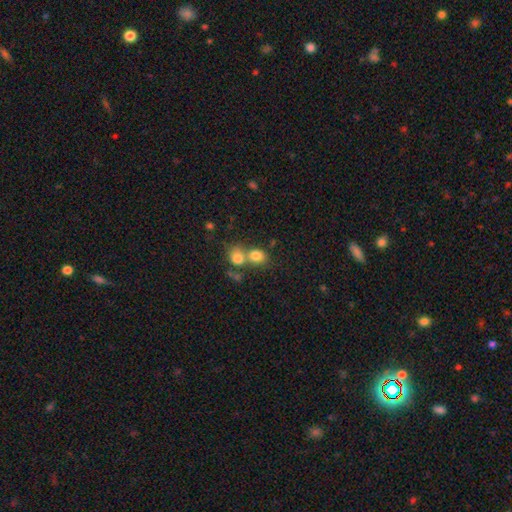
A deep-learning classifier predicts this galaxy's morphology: type=smooth (80%); roundness=round (59%); merging=merger (54%).